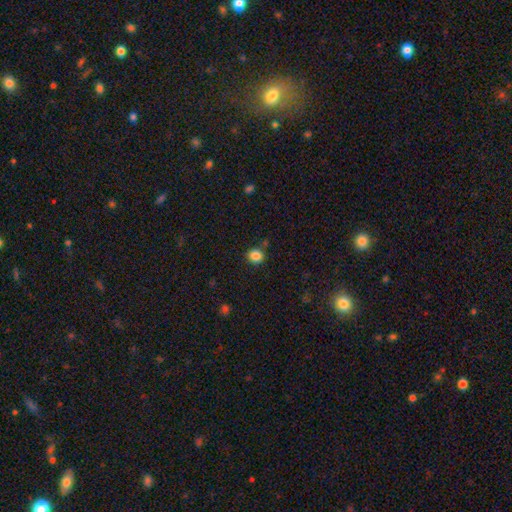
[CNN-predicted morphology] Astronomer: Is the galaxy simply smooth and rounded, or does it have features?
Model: smooth — 85%.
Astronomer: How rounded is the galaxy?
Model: round — 87%.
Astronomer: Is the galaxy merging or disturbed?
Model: none — 84%.